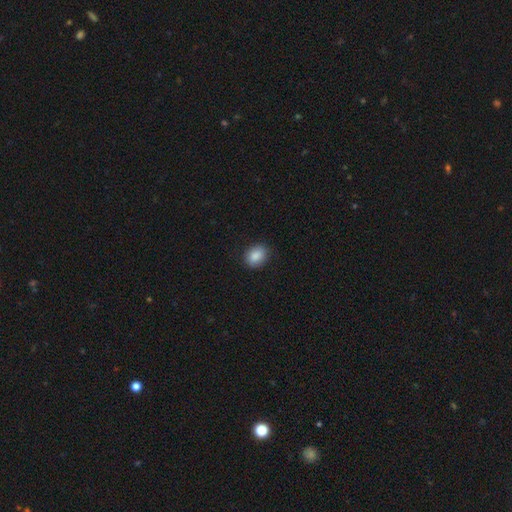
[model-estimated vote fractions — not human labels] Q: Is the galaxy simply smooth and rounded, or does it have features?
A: smooth — 88%.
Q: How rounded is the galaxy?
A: in between — 63%.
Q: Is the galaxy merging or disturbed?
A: none — 86%.